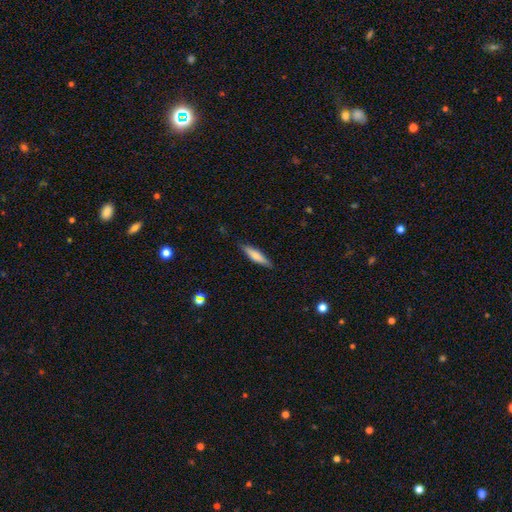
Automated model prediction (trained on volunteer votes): A smooth galaxy with no disk features (67%) that is cigar-shaped (80%).

Vote fractions:
- Smooth or featured? smooth: 67% / featured or disk: 27% / star or artifact: 6%
- How rounded? cigar-shaped: 80% / in between: 18% / round: 2%
- Merging? none: 86% / minor disturbance: 10% / major disturbance: 2% / merger: 1%